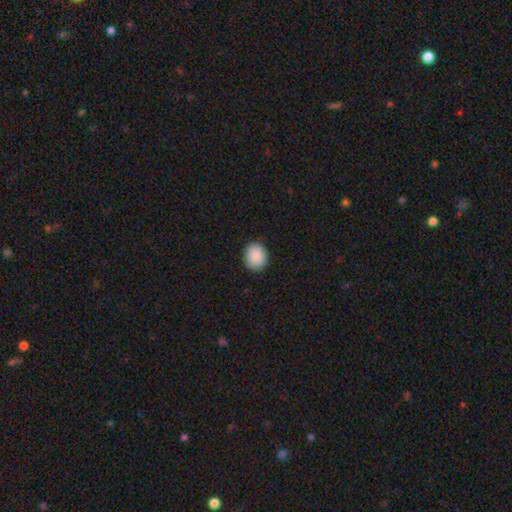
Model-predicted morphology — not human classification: smooth-or-featured: smooth: 89% | star or artifact: 8% | featured or disk: 3%
  how-rounded: round: 70% | in between: 29% | cigar-shaped: 1%
  merging: none: 89% | minor disturbance: 9% | major disturbance: 2% | merger: 1%